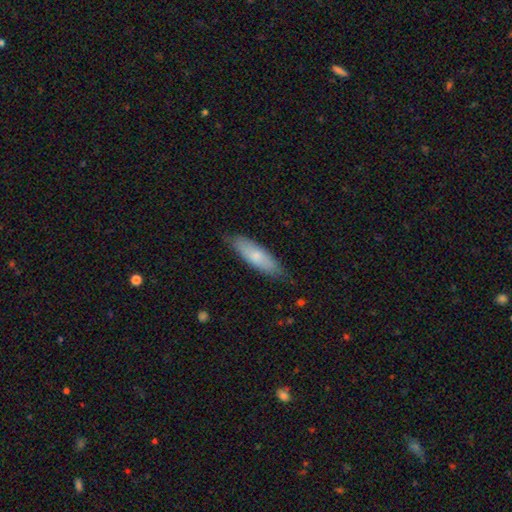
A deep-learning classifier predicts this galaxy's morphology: Smooth or featured? smooth (70%)
How rounded? cigar-shaped (59%)
Merging? none (80%)